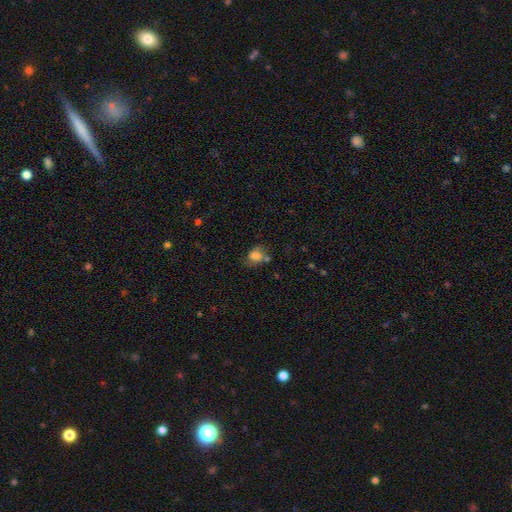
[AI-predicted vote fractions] A smooth galaxy with no disk features (71%) that is in between round and cigar-shaped (55%).

Vote fractions:
- Smooth or featured? smooth: 71% / featured or disk: 16% / star or artifact: 12%
- How rounded? in between: 55% / round: 43% / cigar-shaped: 1%
- Merging? none: 51% / minor disturbance: 24% / merger: 14% / major disturbance: 10%